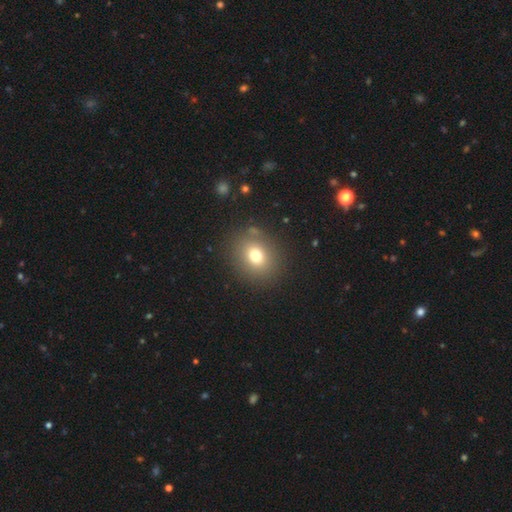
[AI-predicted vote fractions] The model was most divided on "how rounded": round: 65%, in between: 34%, cigar-shaped: 1%. More confident: merging — none (84%); smooth or featured — smooth (74%).